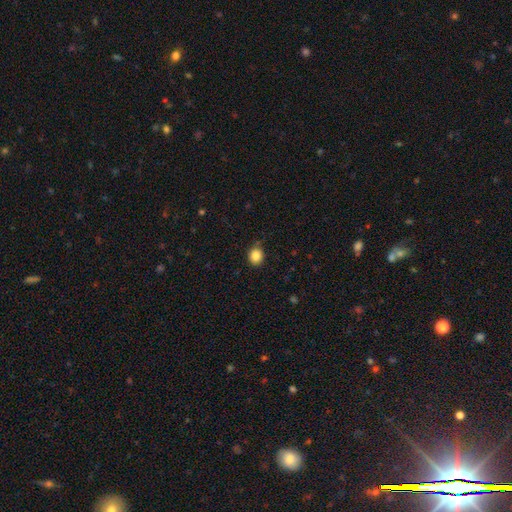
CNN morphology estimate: smooth_or_featured: smooth (p=0.85) [alt: star or artifact p=0.10]
how_rounded: round (p=0.80) [alt: in between p=0.19]
merging: none (p=0.85) [alt: minor disturbance p=0.11]